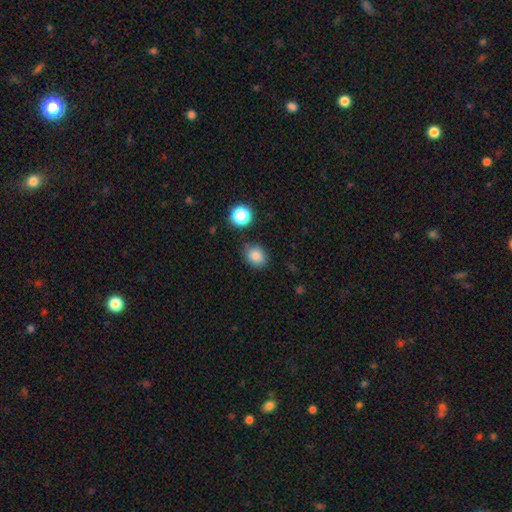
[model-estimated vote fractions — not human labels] This appears to be a smooth galaxy with no disk features (84%) that is round (62%). Merging: none (77%).